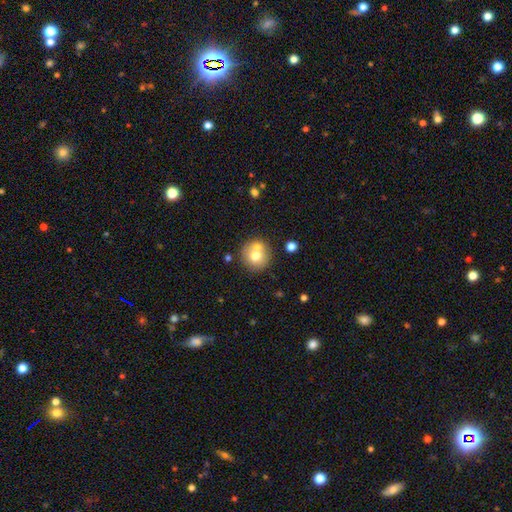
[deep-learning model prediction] smooth_or_featured: smooth (p=0.69) [alt: featured or disk p=0.20]
how_rounded: round (p=0.92) [alt: in between p=0.07]
merging: none (p=0.61) [alt: merger p=0.28]